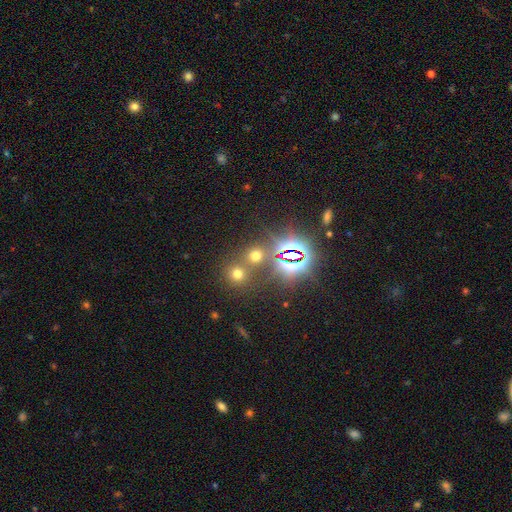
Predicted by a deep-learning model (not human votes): Smooth or featured: smooth — 50% (star or artifact — 43%)
Merging: none — 64% (merger — 25%)